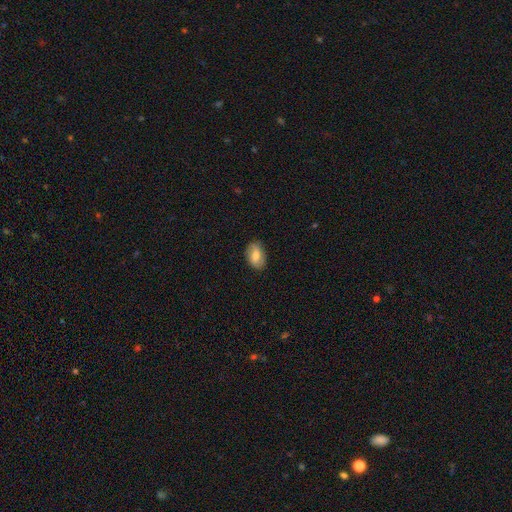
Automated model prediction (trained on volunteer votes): Overall: smooth (64%; featured or disk 28%). How rounded: in between (87%). Merging: none (82%).